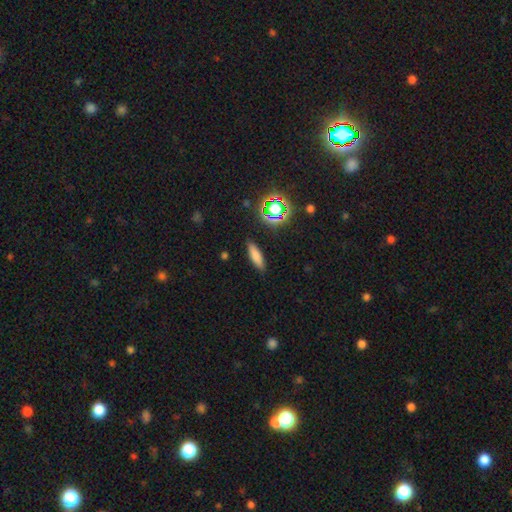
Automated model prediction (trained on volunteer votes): A smooth galaxy with no disk features (76%) that is cigar-shaped (55%).

Vote fractions:
- Smooth or featured? smooth: 76% / star or artifact: 13% / featured or disk: 12%
- How rounded? cigar-shaped: 55% / in between: 42% / round: 3%
- Merging? none: 86% / minor disturbance: 9% / major disturbance: 3% / merger: 2%